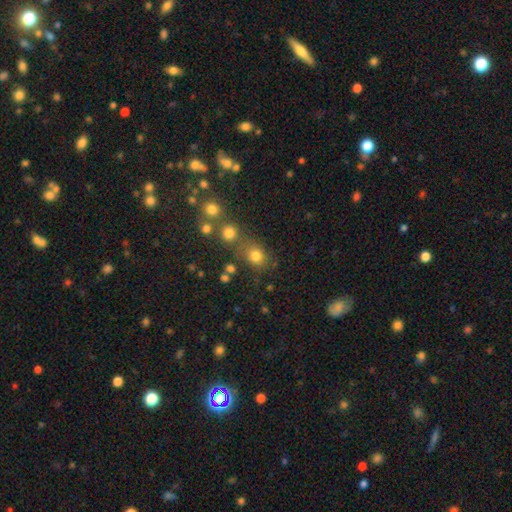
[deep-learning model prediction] This appears to be a smooth galaxy with no disk features (77%) that is round (67%). Merging: none (62%).